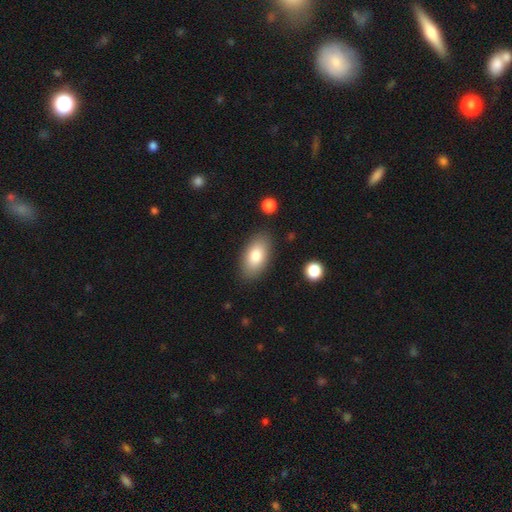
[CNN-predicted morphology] Smooth or featured: smooth — 80% (featured or disk — 13%)
How rounded: in between — 94% (round — 4%)
Merging: none — 85% (minor disturbance — 10%)